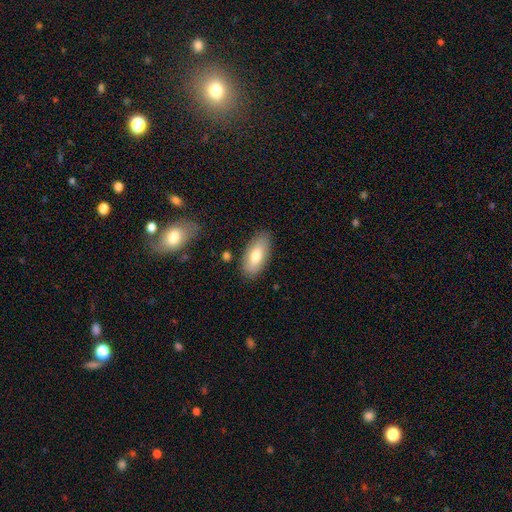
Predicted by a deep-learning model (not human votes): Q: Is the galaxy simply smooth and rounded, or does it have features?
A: smooth — 76%.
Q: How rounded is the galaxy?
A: in between — 89%.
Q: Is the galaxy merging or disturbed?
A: none — 83%.